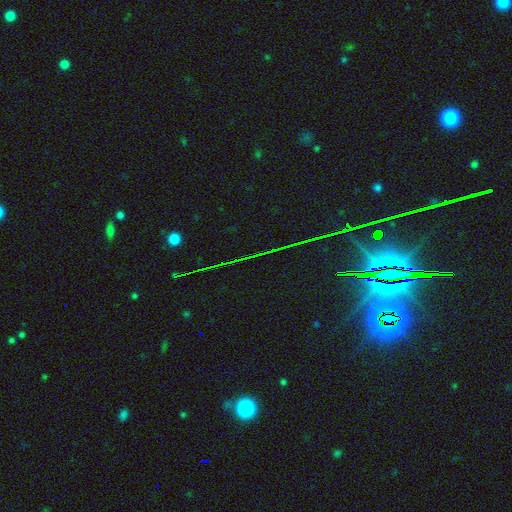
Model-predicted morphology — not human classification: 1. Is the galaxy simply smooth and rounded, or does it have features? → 85% star or artifact, 8% featured or disk, 7% smooth.